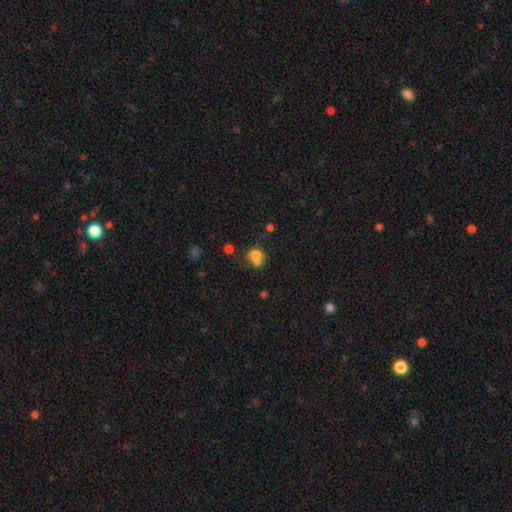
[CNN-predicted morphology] This appears to be a smooth galaxy with no disk features (74%) that is round (71%). Merging: merger (51%).